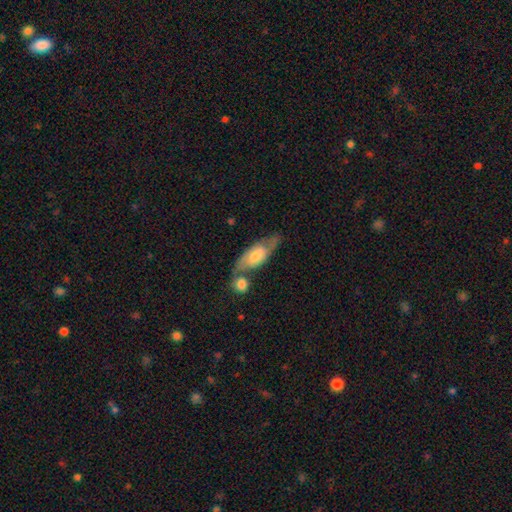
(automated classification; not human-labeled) This is possibly a featured or disk galaxy (54%). It is likely not viewed edge-on (75%). Merging: possibly none (47%).